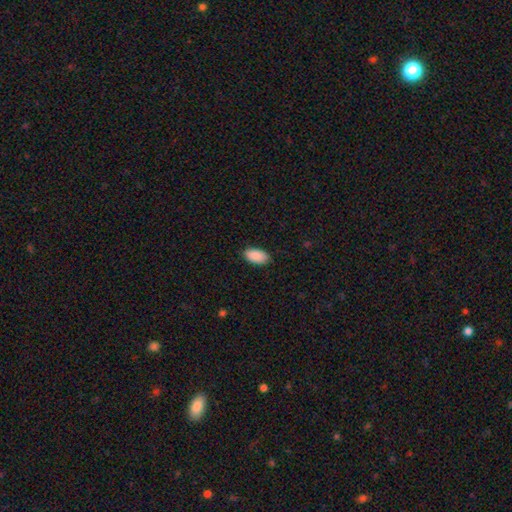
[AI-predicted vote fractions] A smooth galaxy with no disk features (91%) that is in between round and cigar-shaped (95%). Merging: none (86%).